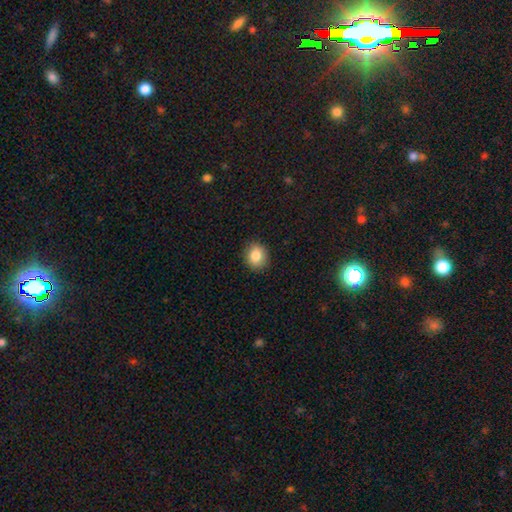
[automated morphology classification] The model was most divided on "how rounded": round: 69%, in between: 30%, cigar-shaped: 1%. More confident: merging — none (89%); smooth or featured — smooth (85%).